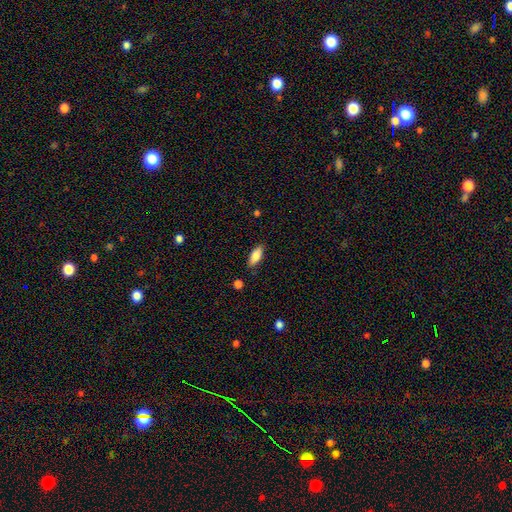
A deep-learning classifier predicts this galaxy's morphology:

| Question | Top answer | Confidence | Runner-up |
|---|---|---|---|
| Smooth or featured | smooth | 82% | featured or disk (11%) |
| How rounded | in between | 79% | cigar-shaped (19%) |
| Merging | none | 85% | minor disturbance (11%) |